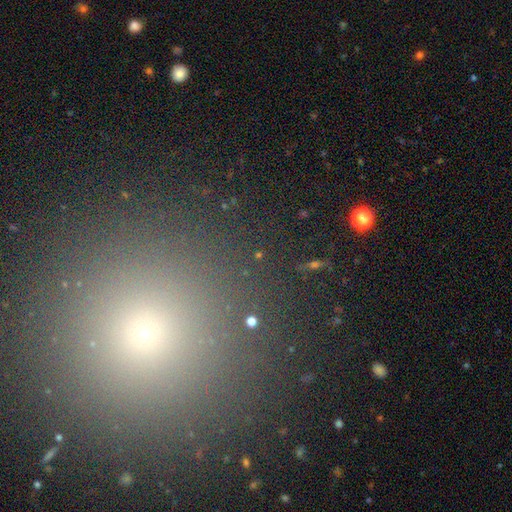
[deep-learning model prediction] A smooth galaxy with no disk features (59%) that is round (95%).

Vote fractions:
- Smooth or featured? smooth: 59% / star or artifact: 34% / featured or disk: 7%
- How rounded? round: 95% / in between: 4% / cigar-shaped: 1%
- Merging? none: 90% / minor disturbance: 5% / major disturbance: 2% / merger: 2%